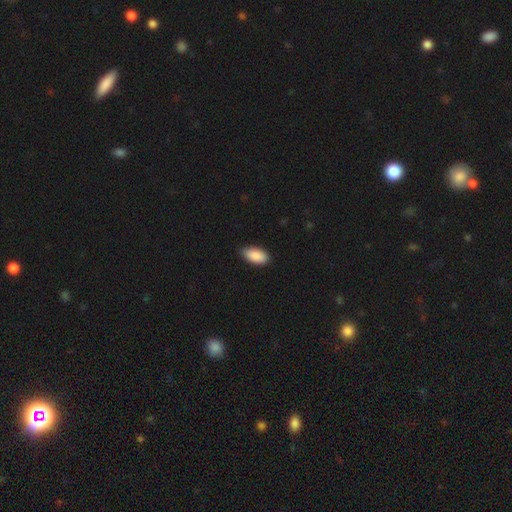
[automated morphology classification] A smooth galaxy with no disk features (90%) that is in between round and cigar-shaped (94%).

Vote fractions:
- Smooth or featured? smooth: 90% / star or artifact: 6% / featured or disk: 4%
- How rounded? in between: 94% / cigar-shaped: 4% / round: 2%
- Merging? none: 84% / minor disturbance: 13% / major disturbance: 2% / merger: 1%